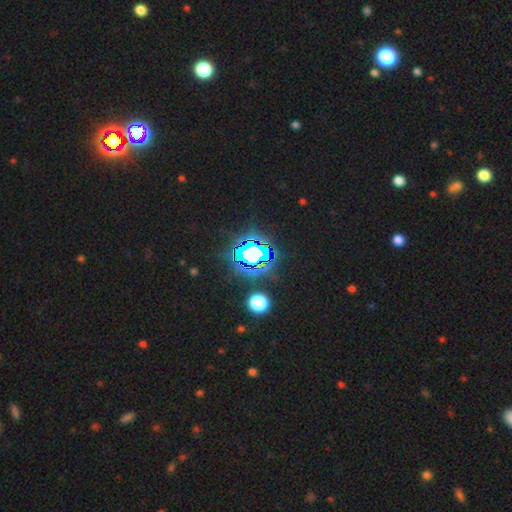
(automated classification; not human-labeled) Smooth or featured: star or artifact — 74% (smooth — 16%)